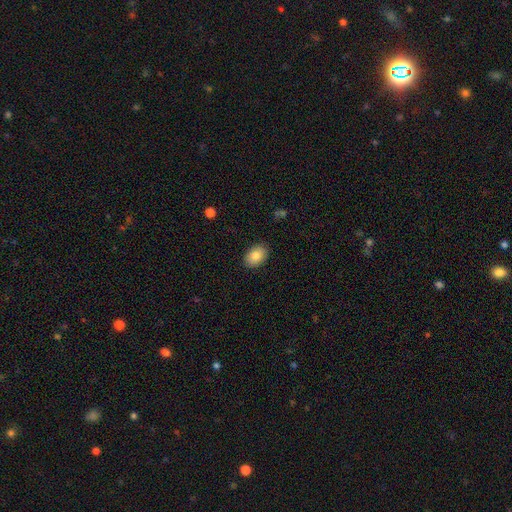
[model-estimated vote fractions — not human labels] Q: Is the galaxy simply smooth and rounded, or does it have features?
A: smooth — 84%.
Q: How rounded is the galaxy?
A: in between — 86%.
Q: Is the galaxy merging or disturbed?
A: none — 88%.